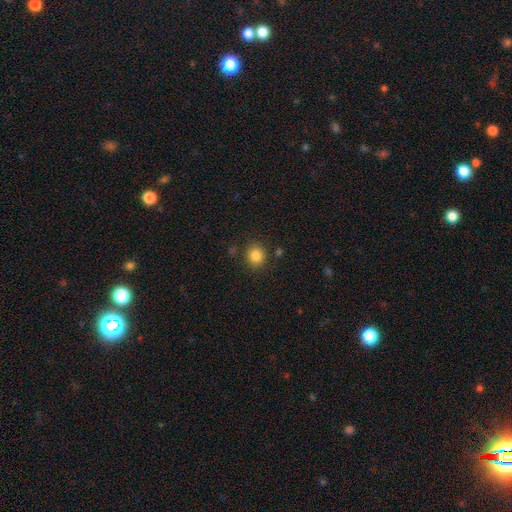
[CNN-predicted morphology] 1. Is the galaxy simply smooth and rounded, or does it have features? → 84% smooth, 11% star or artifact, 5% featured or disk.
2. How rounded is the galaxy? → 83% round, 16% in between, 1% cigar-shaped.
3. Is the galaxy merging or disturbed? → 85% none, 9% minor disturbance, 3% merger, 3% major disturbance.